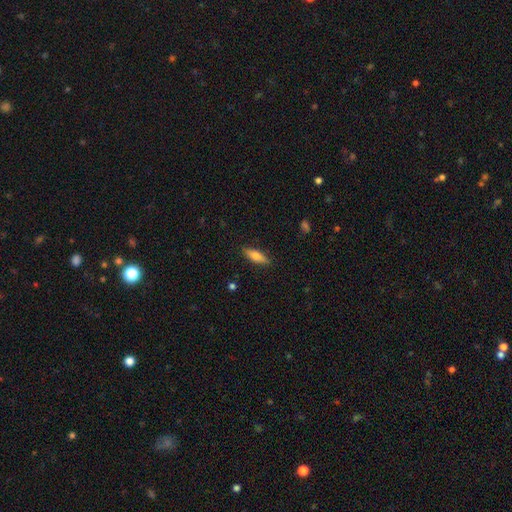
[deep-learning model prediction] A smooth galaxy with no disk features (68%) that is cigar-shaped (53%). Merging: none (87%).